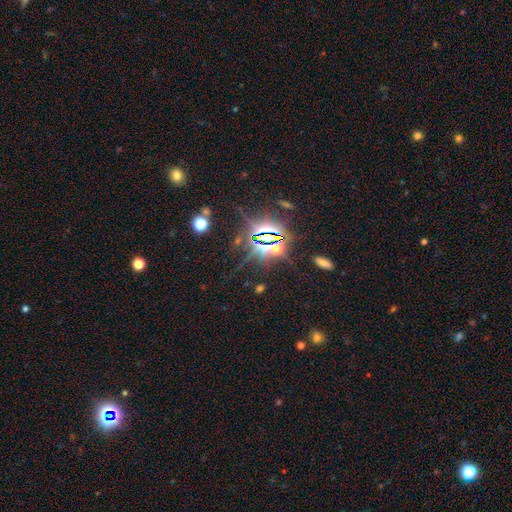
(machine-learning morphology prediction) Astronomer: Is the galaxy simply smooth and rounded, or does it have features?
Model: star or artifact — 84%.